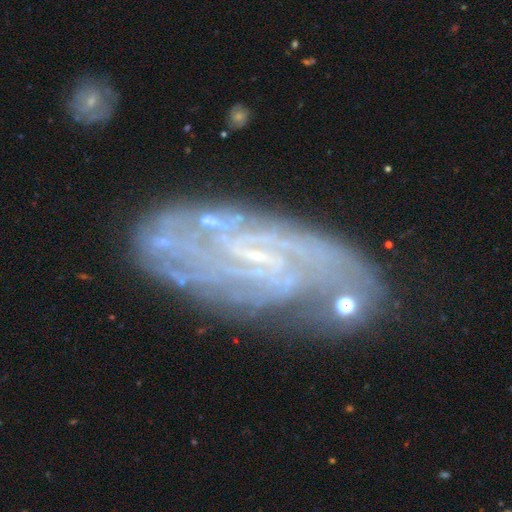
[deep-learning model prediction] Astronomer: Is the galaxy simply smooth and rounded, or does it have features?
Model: featured or disk — 82%.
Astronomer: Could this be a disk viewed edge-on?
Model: no — 92%.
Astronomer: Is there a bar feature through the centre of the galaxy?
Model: no — 44% (runner-up: weak, 41%).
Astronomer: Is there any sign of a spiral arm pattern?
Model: yes — 91%.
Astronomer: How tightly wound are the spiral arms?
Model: tight — 56% (runner-up: medium, 32%).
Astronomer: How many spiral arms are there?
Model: can't tell — 41% (runner-up: 2, 19%).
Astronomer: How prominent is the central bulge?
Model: small — 72%.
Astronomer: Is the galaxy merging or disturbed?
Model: none — 69%.